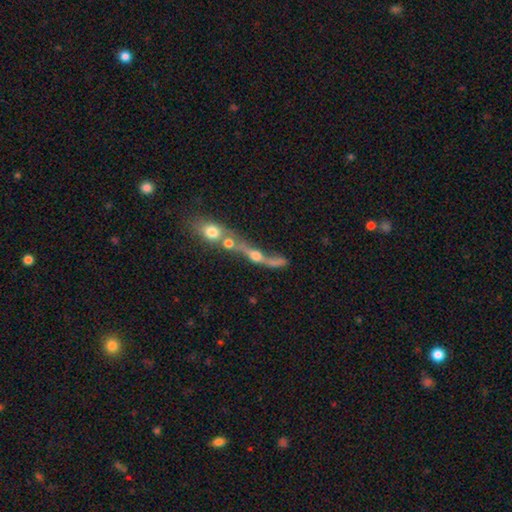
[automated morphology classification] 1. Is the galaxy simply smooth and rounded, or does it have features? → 51% featured or disk, 33% smooth, 16% star or artifact.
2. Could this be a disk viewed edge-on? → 55% no, 45% yes.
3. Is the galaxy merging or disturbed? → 58% merger, 23% none, 10% major disturbance, 8% minor disturbance.